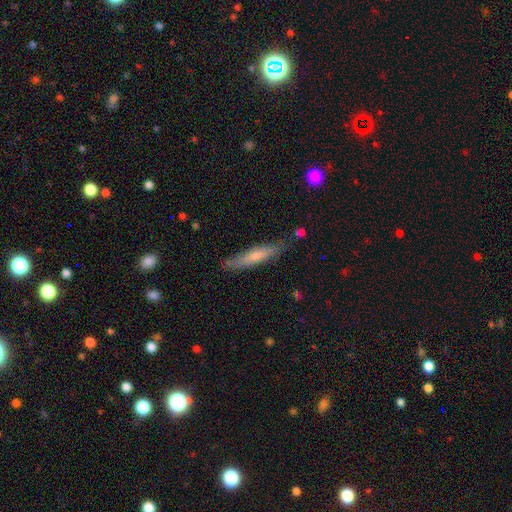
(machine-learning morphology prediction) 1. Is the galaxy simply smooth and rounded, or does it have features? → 55% smooth, 39% featured or disk, 6% star or artifact.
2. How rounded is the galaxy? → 90% cigar-shaped, 8% in between, 1% round.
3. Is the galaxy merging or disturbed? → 82% none, 14% minor disturbance, 2% major disturbance, 2% merger.